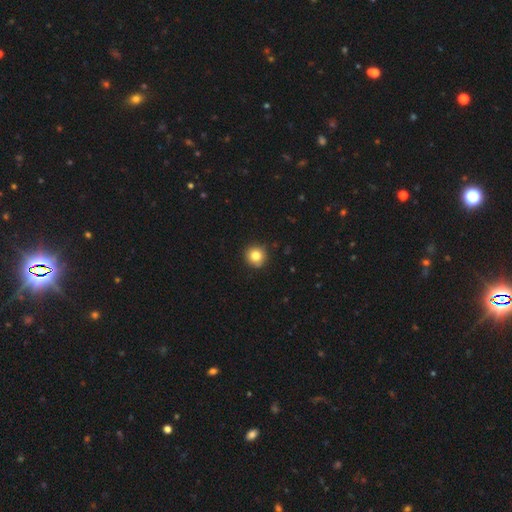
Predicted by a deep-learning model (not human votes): smooth 83%, star or artifact 10%, featured or disk 7%. Down the decision tree: how rounded — round (94%); merging — none (90%).